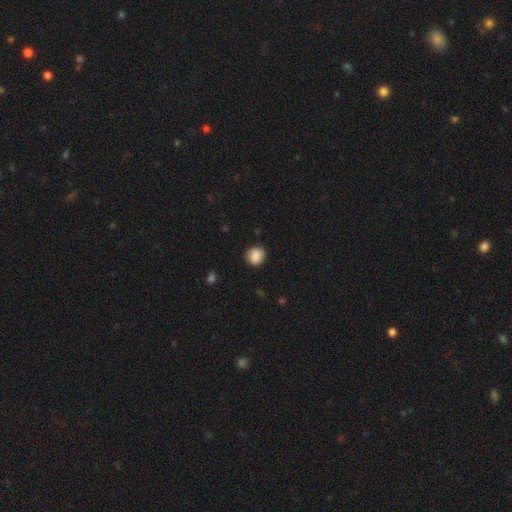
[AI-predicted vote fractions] Q: Smooth or featured?
A: smooth (87%); runner-up: star or artifact (8%)
Q: How rounded?
A: round (78%); runner-up: in between (21%)
Q: Merging?
A: none (81%); runner-up: minor disturbance (15%)